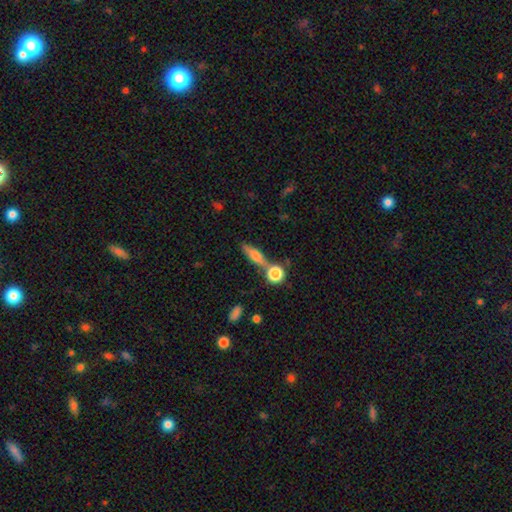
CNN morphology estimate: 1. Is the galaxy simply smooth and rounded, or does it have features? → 49% smooth, 40% featured or disk, 10% star or artifact.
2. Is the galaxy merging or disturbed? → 66% none, 19% merger, 11% minor disturbance, 4% major disturbance.